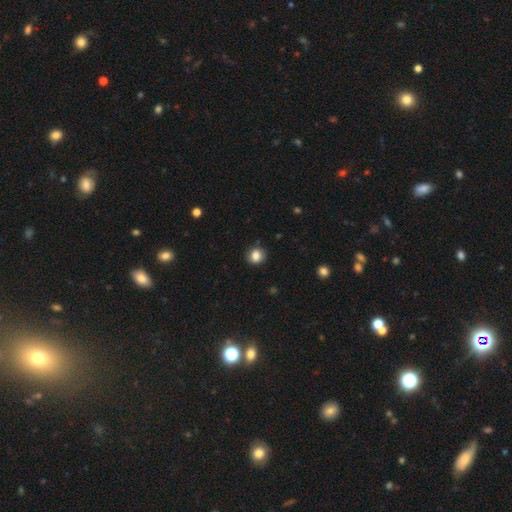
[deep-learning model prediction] This appears to be a smooth galaxy with no disk features (84%) that is round (81%). Merging: none (88%).